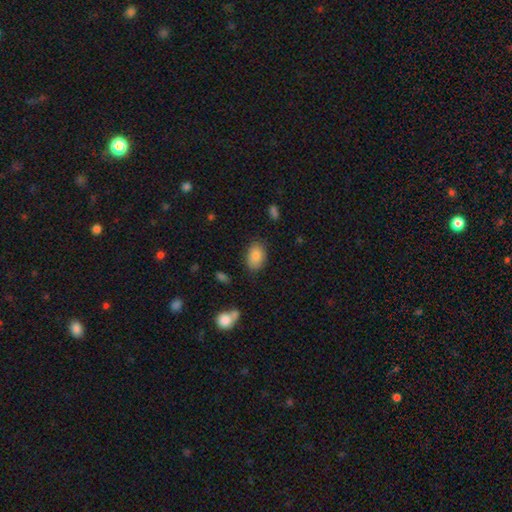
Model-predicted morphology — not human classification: Smooth or featured? Predicted: smooth (p=0.86). How rounded? Predicted: in between (p=0.87). Merging? Predicted: none (p=0.80).